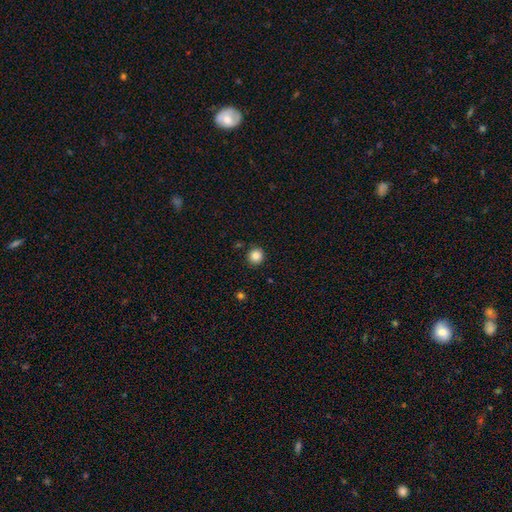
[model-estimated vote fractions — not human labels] Morphology: type=smooth (85%); roundness=round (94%); merging=none (91%).